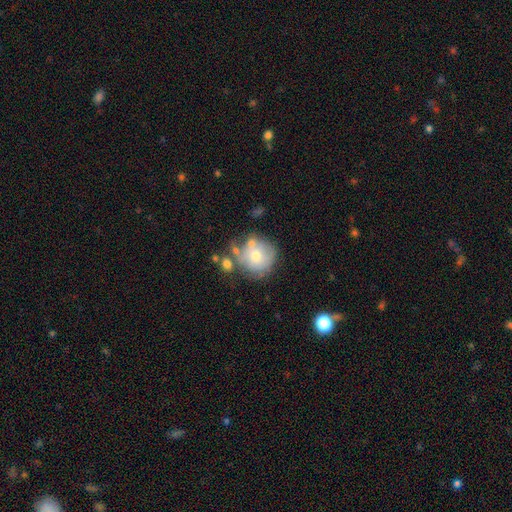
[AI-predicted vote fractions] Smooth or featured?
  - smooth: 61% *
  - featured or disk: 30%
  - star or artifact: 9%
How rounded?
  - round: 90% *
  - in between: 9%
  - cigar-shaped: 1%
Merging?
  - none: 49% *
  - minor disturbance: 21%
  - merger: 20%
  - major disturbance: 11%